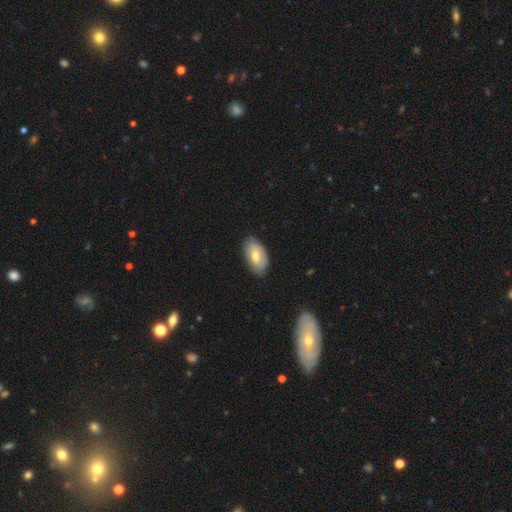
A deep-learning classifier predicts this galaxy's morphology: smooth_or_featured: smooth (p=0.62) [alt: featured or disk p=0.32]
how_rounded: in between (p=0.93) [alt: round p=0.04]
merging: none (p=0.78) [alt: minor disturbance p=0.18]